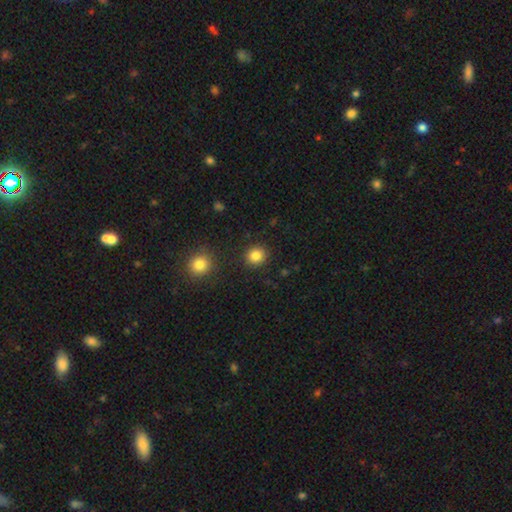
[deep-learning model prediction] Smooth or featured?
  - smooth: 84% *
  - star or artifact: 11%
  - featured or disk: 5%
How rounded?
  - round: 86% *
  - in between: 13%
  - cigar-shaped: 1%
Merging?
  - none: 90% *
  - minor disturbance: 6%
  - major disturbance: 2%
  - merger: 2%